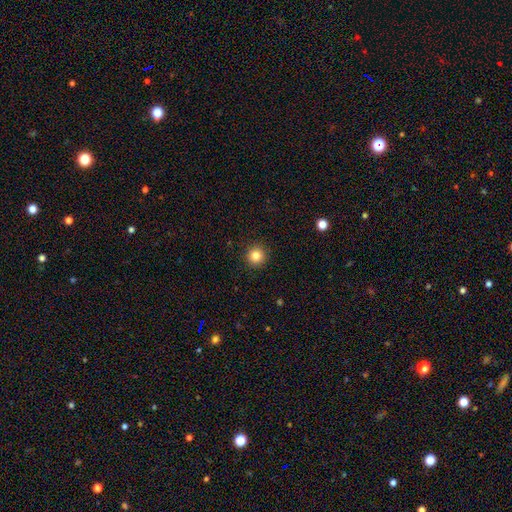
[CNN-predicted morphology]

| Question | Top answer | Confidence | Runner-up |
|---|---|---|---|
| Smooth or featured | smooth | 84% | star or artifact (11%) |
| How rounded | round | 95% | in between (4%) |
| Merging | none | 92% | minor disturbance (5%) |